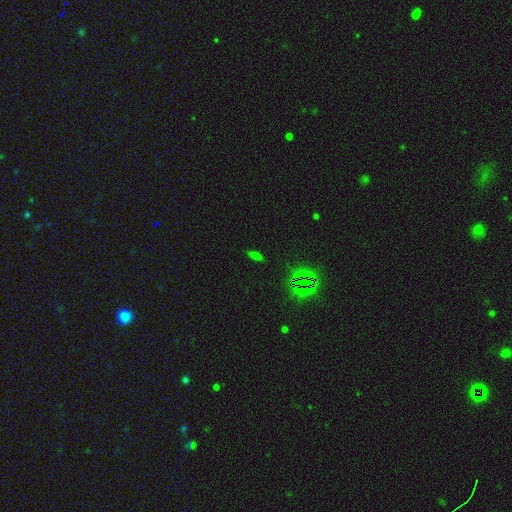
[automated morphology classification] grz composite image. It shows a smooth galaxy with no disk features (48%). Merging: none (84%).